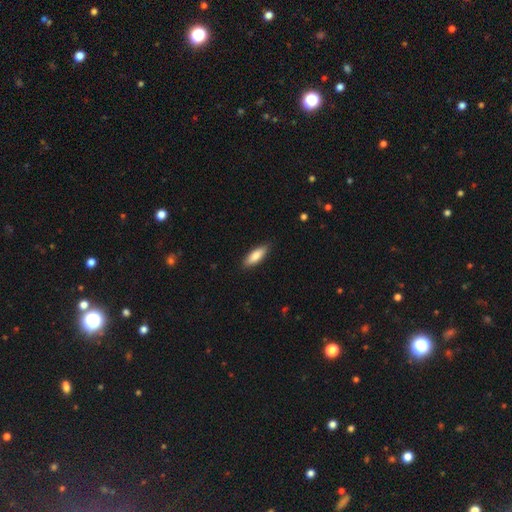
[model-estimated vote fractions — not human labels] A smooth galaxy with no disk features (82%) that is in between round and cigar-shaped (60%).

Vote fractions:
- Smooth or featured? smooth: 82% / featured or disk: 12% / star or artifact: 6%
- How rounded? in between: 60% / cigar-shaped: 38% / round: 2%
- Merging? none: 88% / minor disturbance: 9% / major disturbance: 2% / merger: 1%